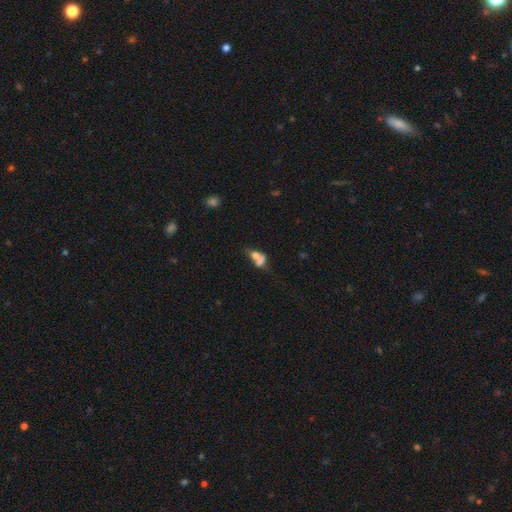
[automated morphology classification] A smooth galaxy with no disk features (61%) that is in between round and cigar-shaped (67%). Merging: merger (61%).